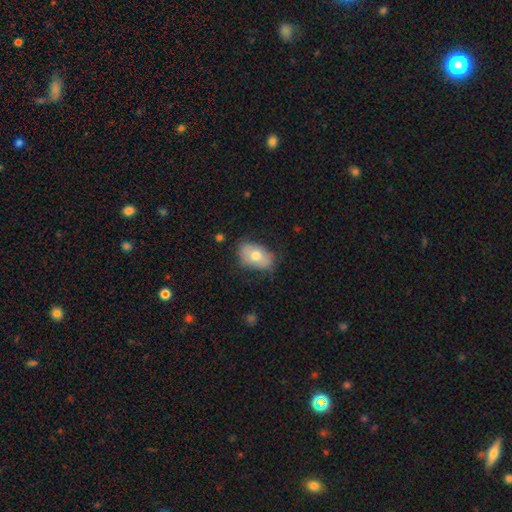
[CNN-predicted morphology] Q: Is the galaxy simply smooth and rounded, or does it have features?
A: smooth — 67%.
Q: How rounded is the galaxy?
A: in between — 87%.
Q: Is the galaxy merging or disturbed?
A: none — 66%.